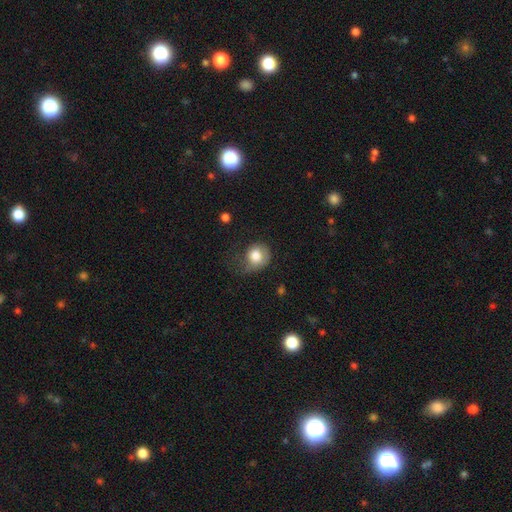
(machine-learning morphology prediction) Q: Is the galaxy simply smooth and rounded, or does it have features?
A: smooth — 78%.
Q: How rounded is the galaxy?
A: round — 72%.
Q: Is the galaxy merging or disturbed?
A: none — 36%.